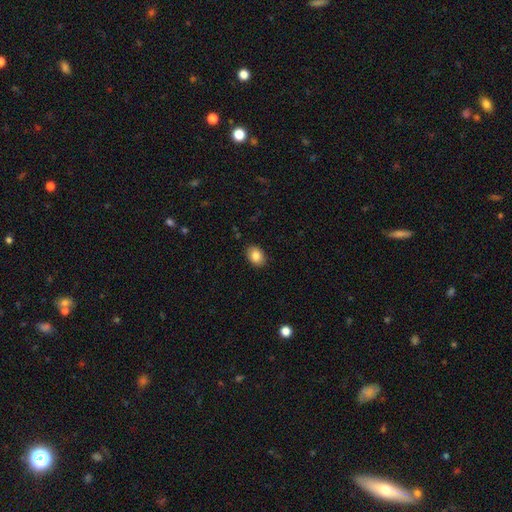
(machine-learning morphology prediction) Smooth or featured? Predicted: smooth (p=0.85). How rounded? Predicted: in between (p=0.75). Merging? Predicted: none (p=0.88).